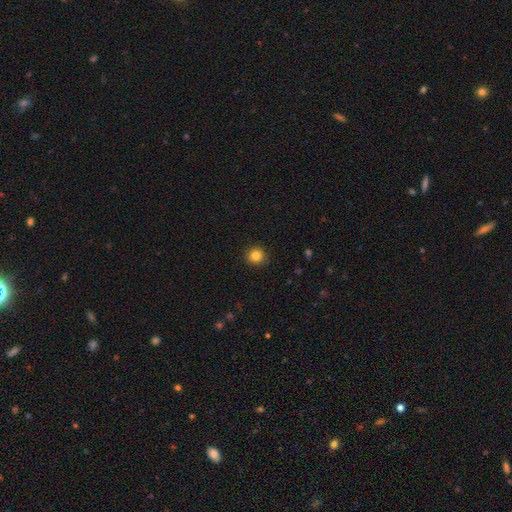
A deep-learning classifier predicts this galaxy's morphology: smooth 84%, star or artifact 11%, featured or disk 5%. Down the decision tree: how rounded — round (94%); merging — none (92%).